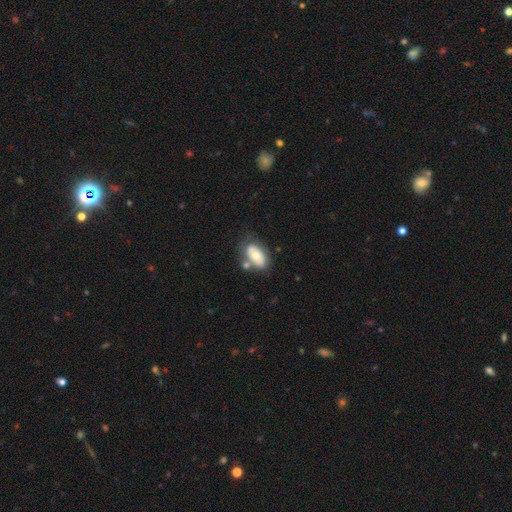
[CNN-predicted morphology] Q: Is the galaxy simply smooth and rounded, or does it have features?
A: smooth — 59%.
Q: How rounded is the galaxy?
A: in between — 92%.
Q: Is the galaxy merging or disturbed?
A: none — 54%.